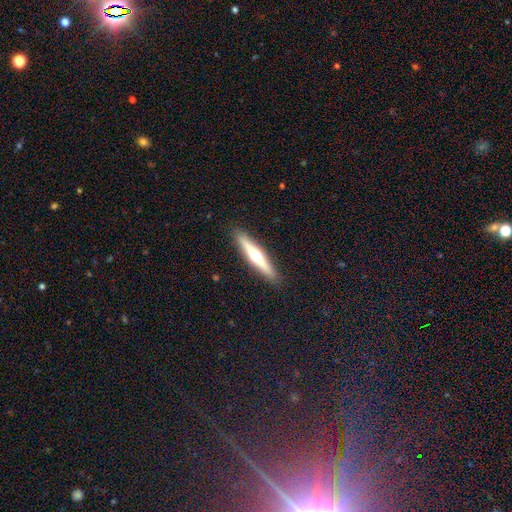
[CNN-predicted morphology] Q: Smooth or featured?
A: featured or disk (59%); runner-up: smooth (36%)
Q: Edge-on disk?
A: yes (97%); runner-up: no (3%)
Q: Edge-on bulge?
A: rounded (86%); runner-up: none (9%)
Q: Merging?
A: none (91%); runner-up: minor disturbance (6%)